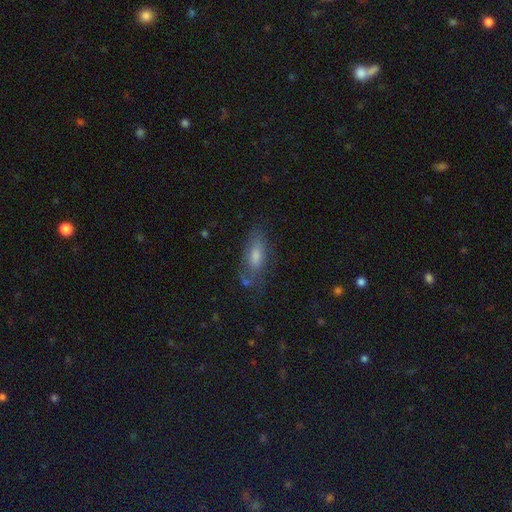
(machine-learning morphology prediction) Smooth or featured: smooth — 58% (featured or disk — 31%)
How rounded: in between — 63% (cigar-shaped — 33%)
Merging: none — 67% (minor disturbance — 21%)